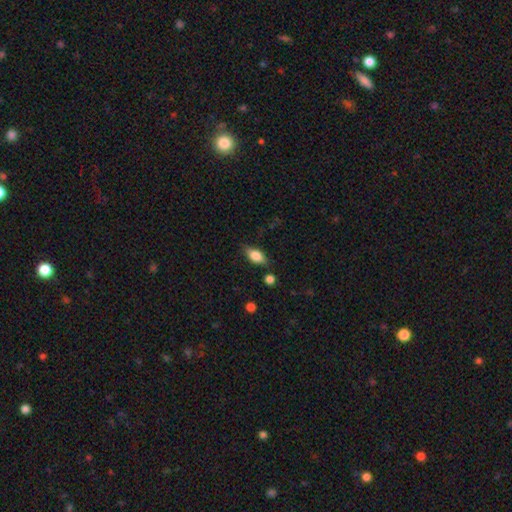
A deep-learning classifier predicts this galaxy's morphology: Overall: smooth (79%). How rounded: in between (86%). Merging: none (78%).